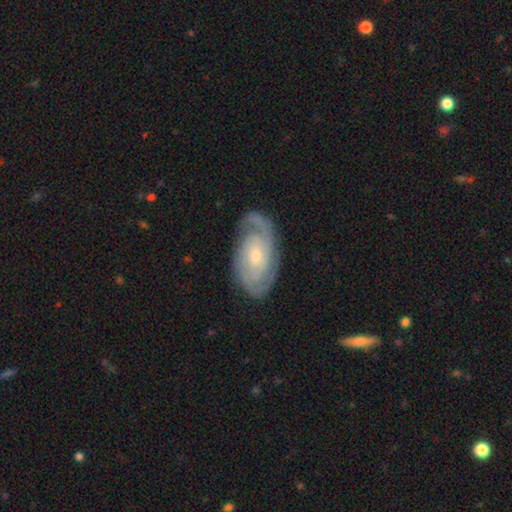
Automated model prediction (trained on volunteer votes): Q: Smooth or featured?
A: featured or disk (86%); runner-up: smooth (9%)
Q: Edge-on disk?
A: no (96%); runner-up: yes (4%)
Q: Bar?
A: no (67%); runner-up: weak (26%)
Q: Spiral arms?
A: yes (96%); runner-up: no (4%)
Q: Spiral winding?
A: tight (65%); runner-up: medium (29%)
Q: Spiral arm count?
A: 2 (65%); runner-up: can't tell (15%)
Q: Bulge size?
A: small (60%); runner-up: moderate (35%)
Q: Merging?
A: none (79%); runner-up: minor disturbance (15%)